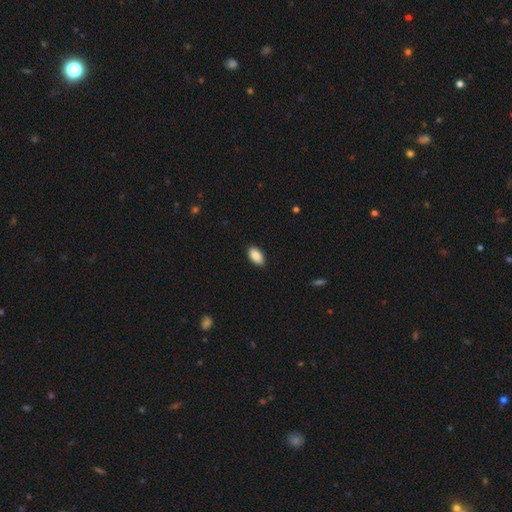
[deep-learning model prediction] This appears to be a smooth galaxy with no disk features (89%) that is in between round and cigar-shaped (94%). Merging: none (87%).